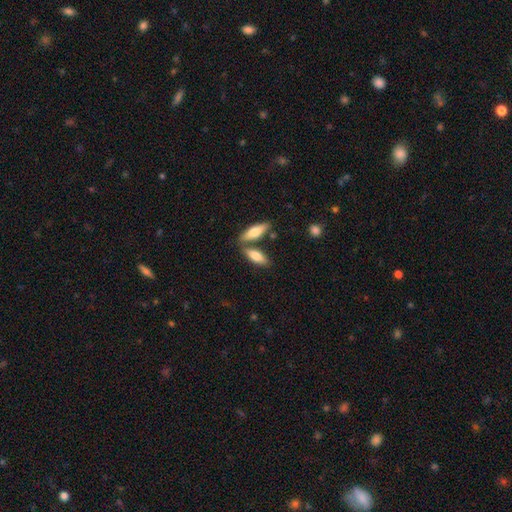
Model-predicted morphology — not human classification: Smooth or featured?
  - smooth: 79% *
  - featured or disk: 15%
  - star or artifact: 5%
How rounded?
  - in between: 66% *
  - cigar-shaped: 32%
  - round: 2%
Merging?
  - none: 59% *
  - merger: 28%
  - minor disturbance: 11%
  - major disturbance: 3%